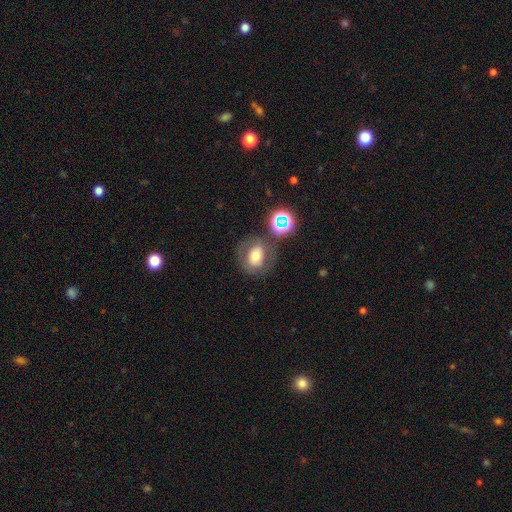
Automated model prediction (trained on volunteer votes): The model was most divided on "how rounded": round: 56%, in between: 43%, cigar-shaped: 1%. More confident: merging — none (67%); smooth or featured — smooth (57%).